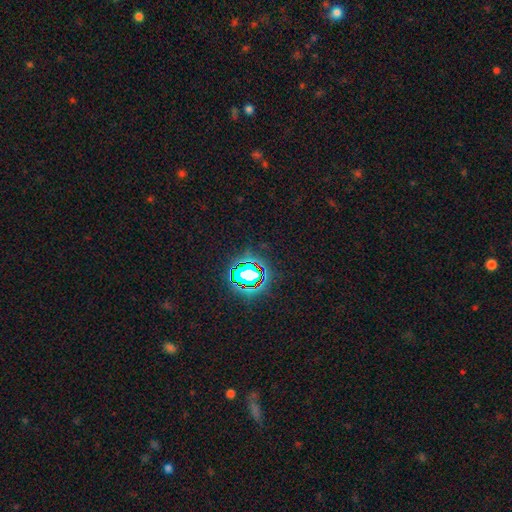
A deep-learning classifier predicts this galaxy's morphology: Q: Smooth or featured?
A: star or artifact (82%); runner-up: smooth (11%)